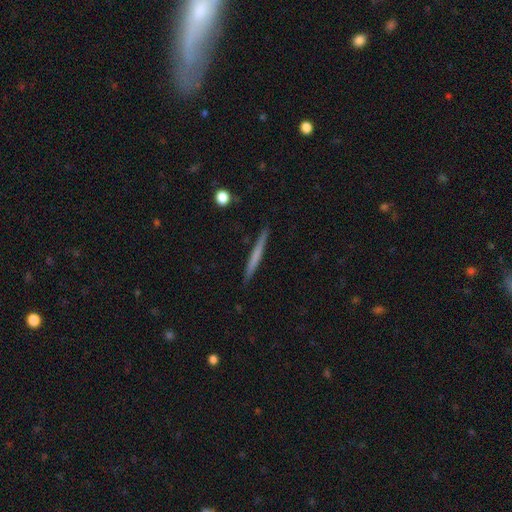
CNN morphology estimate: Overall: smooth (53%; featured or disk 41%). How rounded: cigar-shaped (97%). Merging: none (91%).